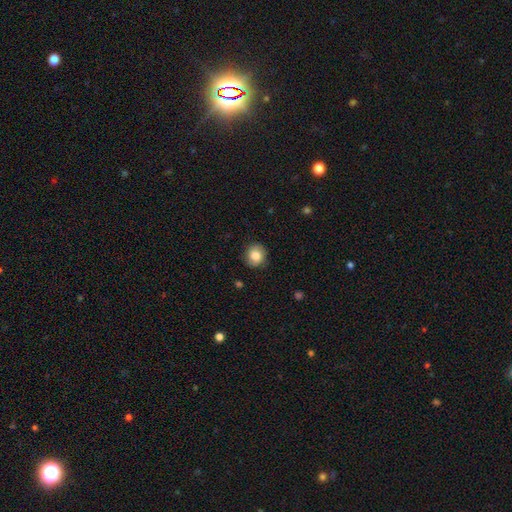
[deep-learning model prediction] The model was most divided on "how rounded": round: 85%, in between: 14%, cigar-shaped: 1%. More confident: merging — none (87%); smooth or featured — smooth (82%).